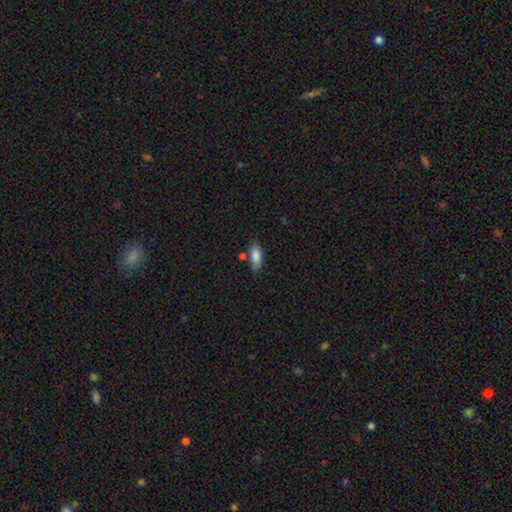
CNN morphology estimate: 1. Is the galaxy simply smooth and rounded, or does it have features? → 85% smooth, 8% featured or disk, 7% star or artifact.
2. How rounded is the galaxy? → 78% in between, 20% cigar-shaped, 2% round.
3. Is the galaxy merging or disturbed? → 72% none, 16% minor disturbance, 8% merger, 3% major disturbance.